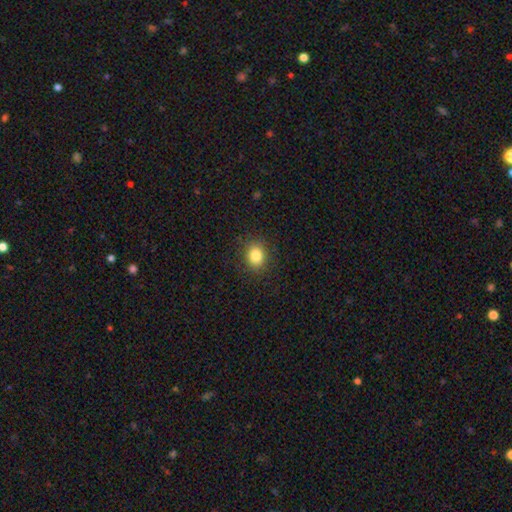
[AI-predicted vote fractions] This is clearly a smooth galaxy (83%). How rounded: likely round (63%). Merging: clearly none (88%).